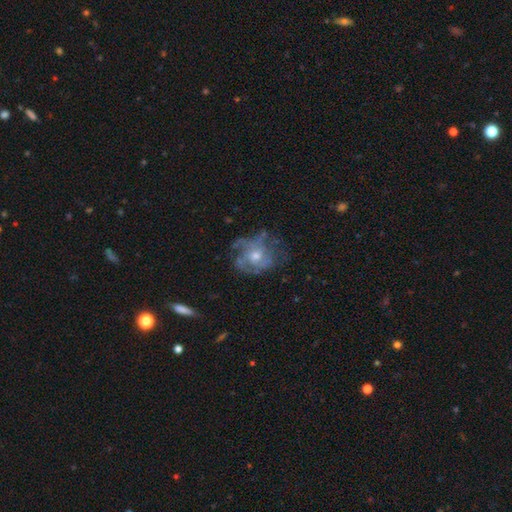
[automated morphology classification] featured or disk 74%, smooth 16%, star or artifact 10%. Down the decision tree: edge-on disk — no (97%); bar — no (79%); spiral arms — yes (76%); spiral arm count — can't tell (45%); spiral winding — tight (44%); bulge size — moderate (59%); merging — none (59%).